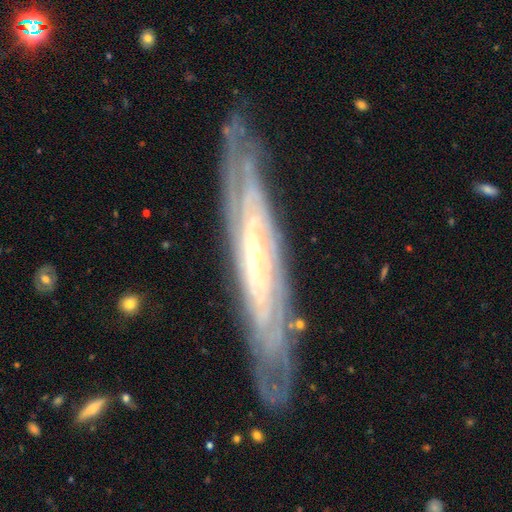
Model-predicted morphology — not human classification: A featured or disk galaxy (83%).

Vote fractions:
- Smooth or featured? featured or disk: 83% / smooth: 11% / star or artifact: 6%
- Edge-on disk? no: 52% / yes: 48%
- Merging? none: 82% / minor disturbance: 13% / major disturbance: 3% / merger: 1%